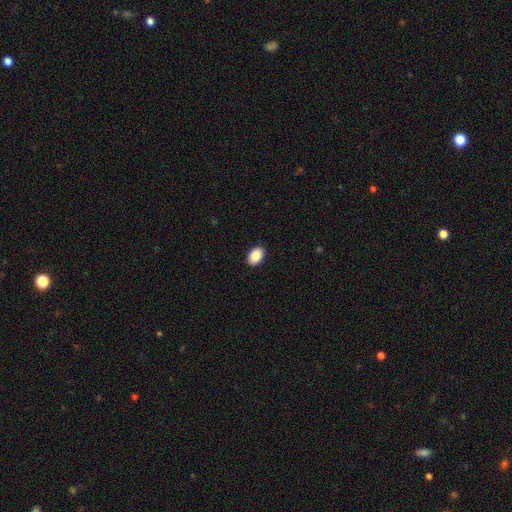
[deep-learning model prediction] Smooth or featured?
  - smooth: 90% *
  - star or artifact: 7%
  - featured or disk: 3%
How rounded?
  - in between: 86% *
  - round: 13%
  - cigar-shaped: 1%
Merging?
  - none: 90% *
  - minor disturbance: 7%
  - major disturbance: 2%
  - merger: 1%